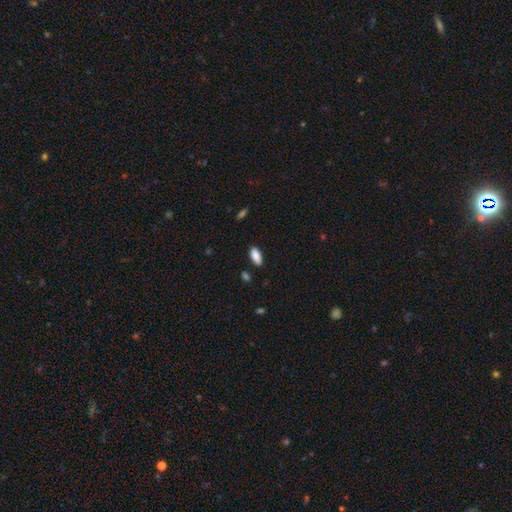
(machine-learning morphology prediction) A smooth galaxy with no disk features (87%) that is in between round and cigar-shaped (86%). Merging: none (84%).